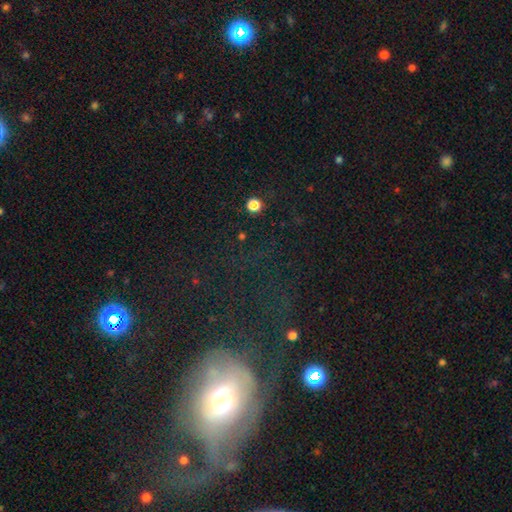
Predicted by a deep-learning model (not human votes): A featured or disk galaxy (35%).

Vote fractions:
- Smooth or featured? featured or disk: 35% / star or artifact: 34% / smooth: 31%
- Merging? none: 49% / major disturbance: 27% / minor disturbance: 17% / merger: 7%